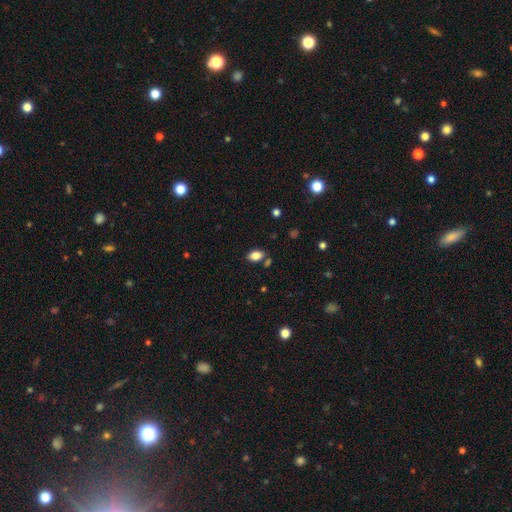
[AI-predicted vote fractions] Overall: smooth (84%). How rounded: in between (88%). Merging: none (79%).